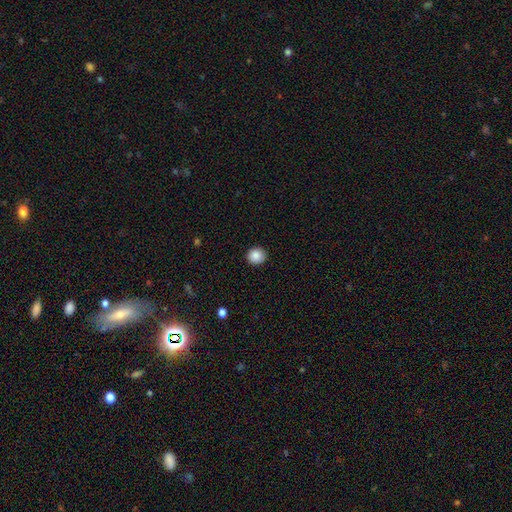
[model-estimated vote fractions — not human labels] smooth_or_featured: smooth (p=0.88) [alt: star or artifact p=0.09]
how_rounded: round (p=0.88) [alt: in between p=0.11]
merging: none (p=0.92) [alt: minor disturbance p=0.06]